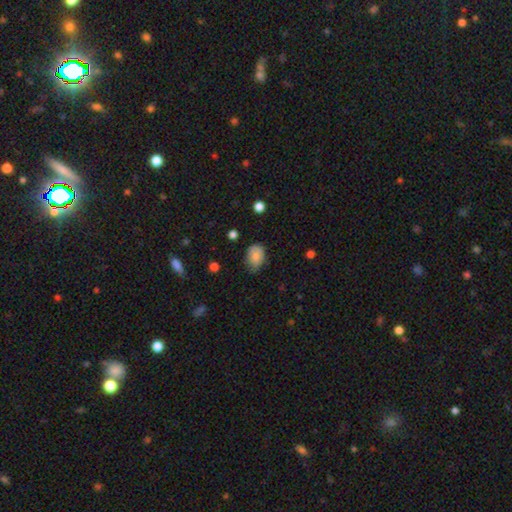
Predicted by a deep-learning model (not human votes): A smooth galaxy with no disk features (79%) that is in between round and cigar-shaped (75%).

Vote fractions:
- Smooth or featured? smooth: 79% / featured or disk: 13% / star or artifact: 8%
- How rounded? in between: 75% / round: 24% / cigar-shaped: 1%
- Merging? none: 59% / minor disturbance: 32% / major disturbance: 7% / merger: 2%